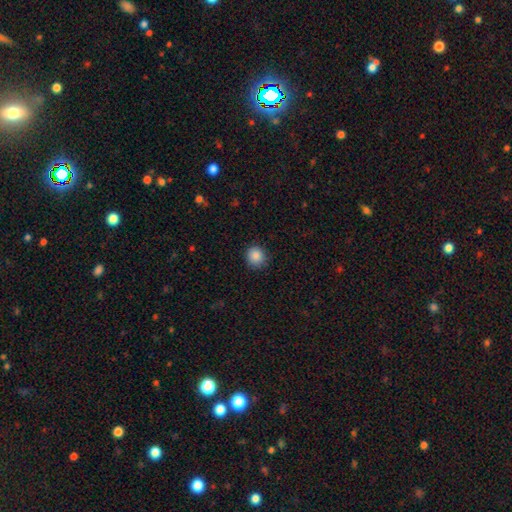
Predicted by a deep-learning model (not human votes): A smooth galaxy with no disk features (87%) that is round (90%). Merging: none (88%).